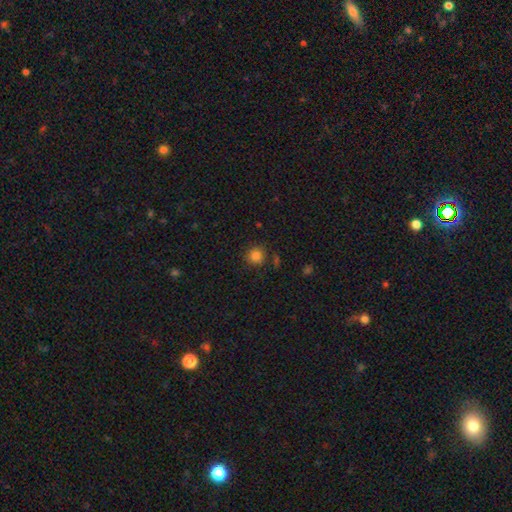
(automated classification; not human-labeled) smooth 83%, star or artifact 12%, featured or disk 4%. Down the decision tree: how rounded — round (90%); merging — none (82%).